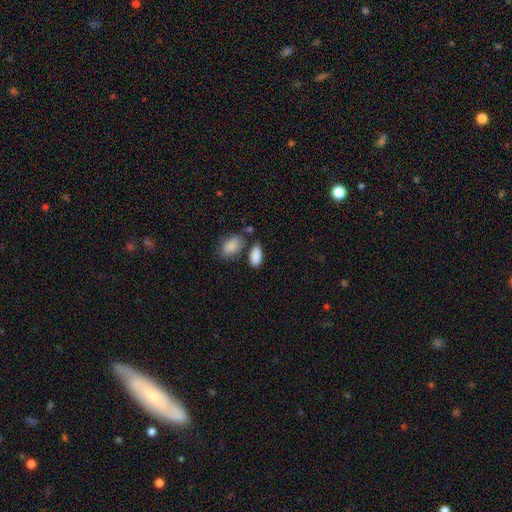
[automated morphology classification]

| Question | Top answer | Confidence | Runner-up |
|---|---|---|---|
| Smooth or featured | smooth | 89% | star or artifact (7%) |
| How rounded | in between | 94% | cigar-shaped (3%) |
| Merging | none | 65% | merger (15%) |